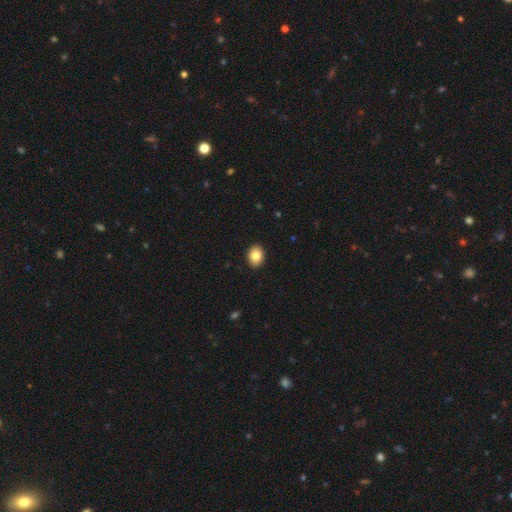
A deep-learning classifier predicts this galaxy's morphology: Q: Smooth or featured?
A: smooth (85%); runner-up: star or artifact (8%)
Q: How rounded?
A: in between (68%); runner-up: round (32%)
Q: Merging?
A: none (91%); runner-up: minor disturbance (6%)